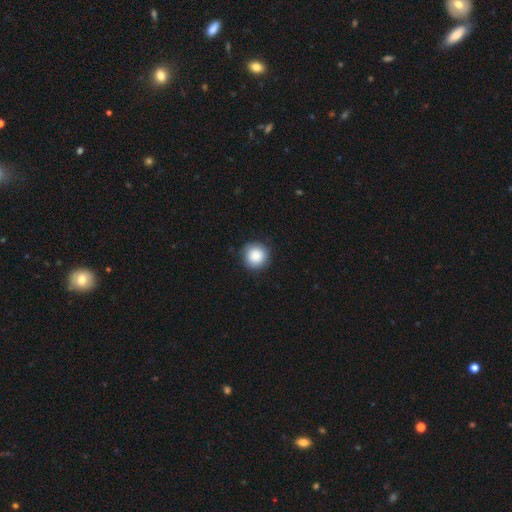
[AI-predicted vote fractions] A smooth galaxy with no disk features (87%) that is round (95%).

Vote fractions:
- Smooth or featured? smooth: 87% / star or artifact: 8% / featured or disk: 5%
- How rounded? round: 95% / in between: 4% / cigar-shaped: 1%
- Merging? none: 88% / minor disturbance: 9% / major disturbance: 2% / merger: 1%